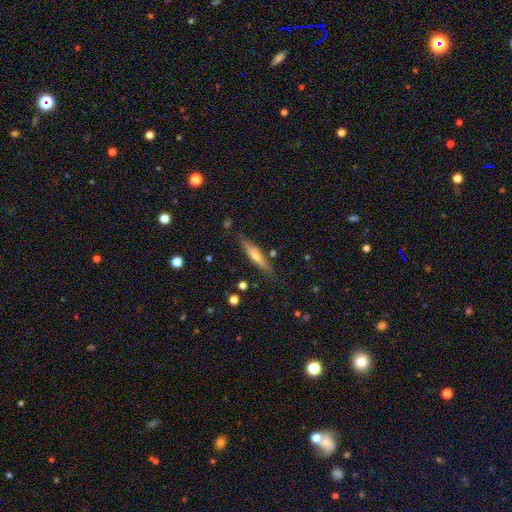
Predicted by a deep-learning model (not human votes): Smooth or featured? Predicted: featured or disk (p=0.50). Edge-on disk? Predicted: yes (p=0.91). Merging? Predicted: none (p=0.81).